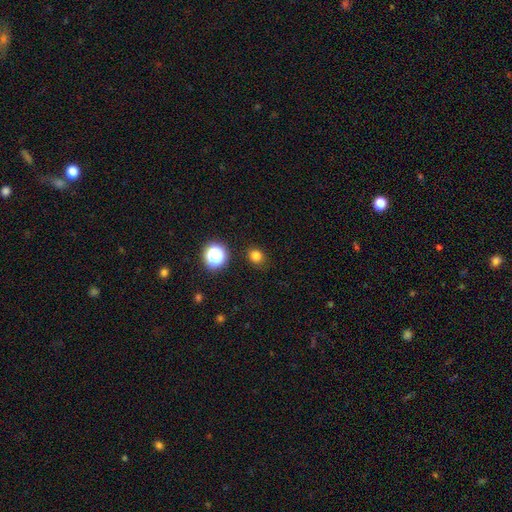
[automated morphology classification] Q: Smooth or featured?
A: smooth (79%); runner-up: star or artifact (17%)
Q: How rounded?
A: round (74%); runner-up: in between (26%)
Q: Merging?
A: none (86%); runner-up: minor disturbance (9%)